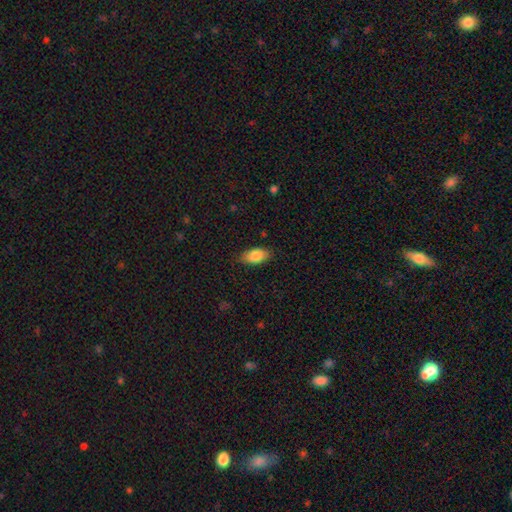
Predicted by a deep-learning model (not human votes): Smooth or featured: smooth — 86% (featured or disk — 8%)
How rounded: in between — 91% (cigar-shaped — 5%)
Merging: none — 83% (minor disturbance — 13%)